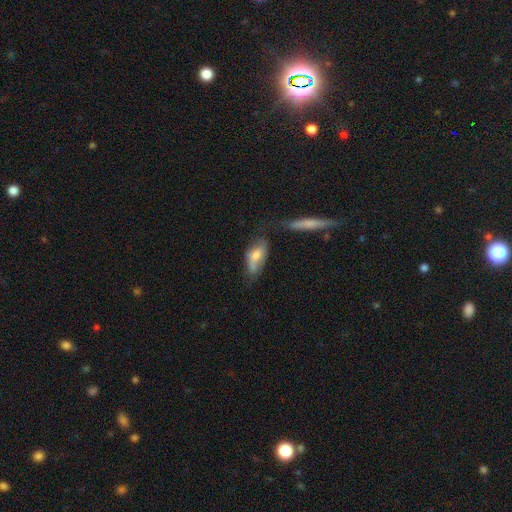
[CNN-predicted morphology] A smooth galaxy with no disk features (62%) that is in between round and cigar-shaped (76%). Merging: none (44%).